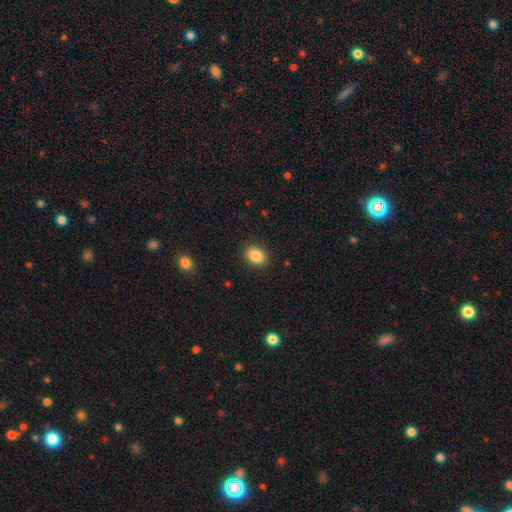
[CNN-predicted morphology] The model was most divided on "how rounded": in between: 63%, round: 36%, cigar-shaped: 1%. More confident: merging — none (89%); smooth or featured — smooth (87%).